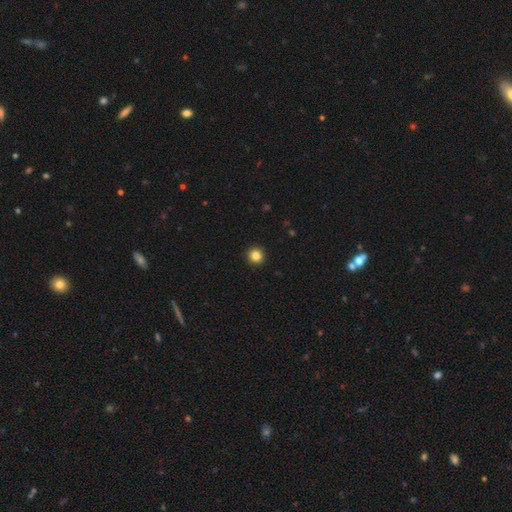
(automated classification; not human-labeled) This appears to be a smooth galaxy with no disk features (84%) that is round (96%). Merging: none (94%).